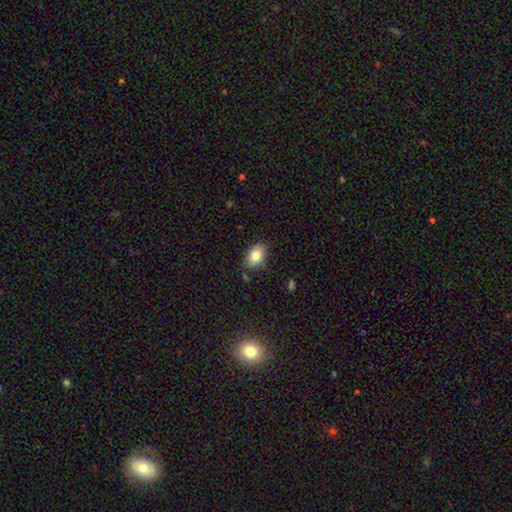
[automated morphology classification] This appears to be a smooth galaxy with no disk features (83%) that is in between round and cigar-shaped (86%). Merging: none (78%).